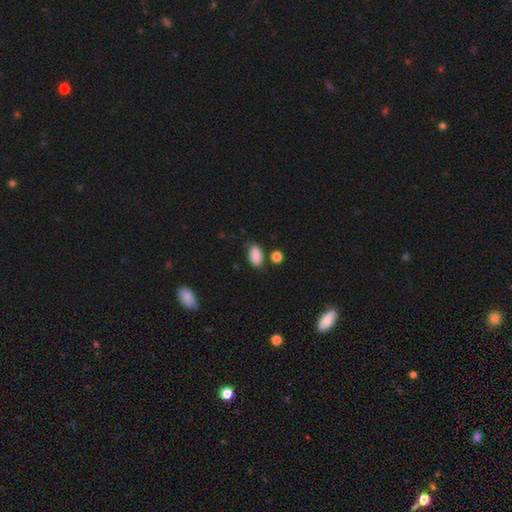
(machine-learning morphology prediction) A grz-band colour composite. It shows a smooth galaxy with no disk features (86%) that is in between round and cigar-shaped (90%). Merging: none (68%).